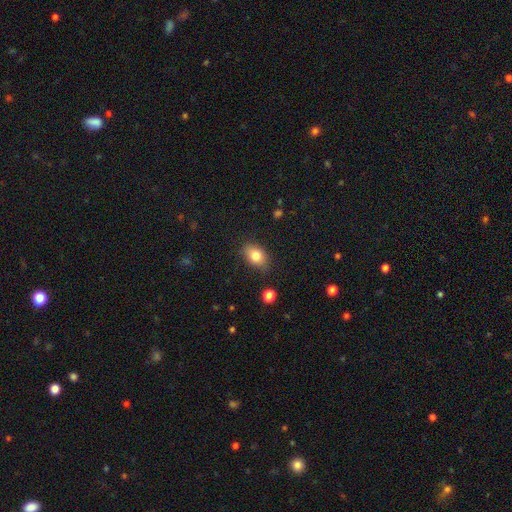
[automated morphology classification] type=smooth (81%); roundness=in between (80%); merging=none (80%).